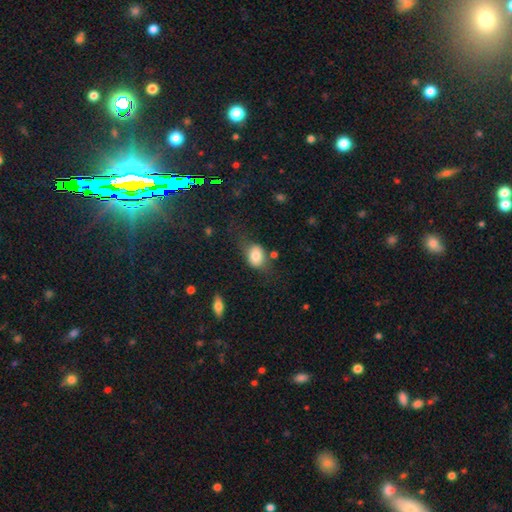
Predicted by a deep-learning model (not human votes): Smooth or featured? smooth (77%)
How rounded? in between (72%)
Merging? none (52%)